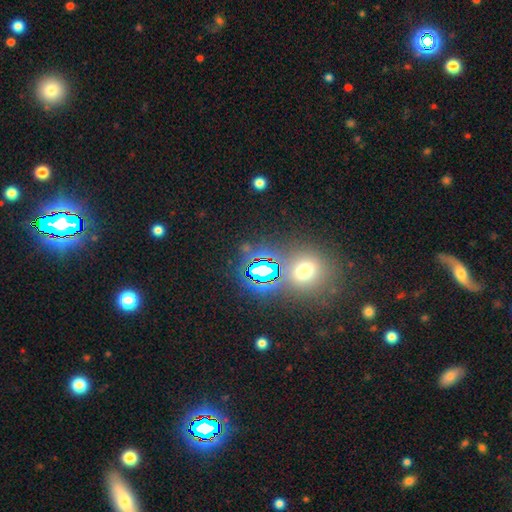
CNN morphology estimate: A star or artifact, not a galaxy (53%).

Vote fractions:
- Smooth or featured? star or artifact: 53% / smooth: 37% / featured or disk: 10%